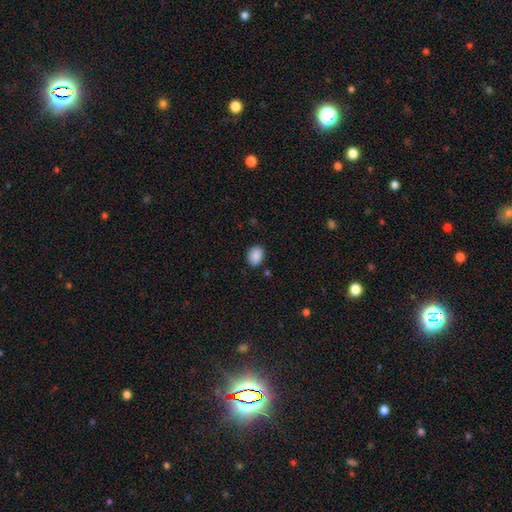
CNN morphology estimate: Smooth or featured? smooth (89%)
How rounded? in between (62%)
Merging? none (84%)